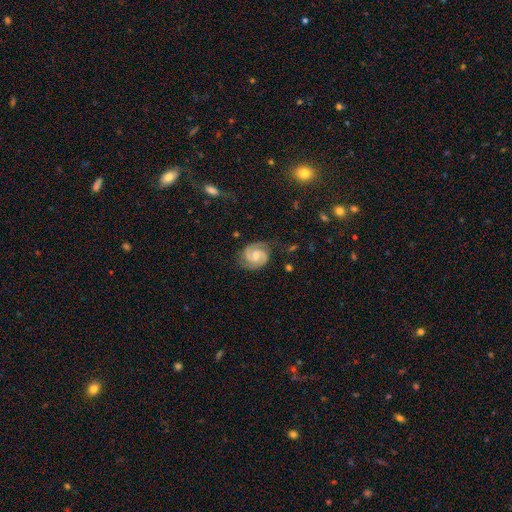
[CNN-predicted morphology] Smooth or featured? Predicted: featured or disk (p=0.86). Edge-on disk? Predicted: no (p=0.98). Bar? Predicted: no (p=0.46). Spiral arms? Predicted: yes (p=0.98). Spiral winding? Predicted: medium (p=0.46). Spiral arm count? Predicted: 2 (p=0.91). Bulge size? Predicted: moderate (p=0.51). Merging? Predicted: none (p=0.78).